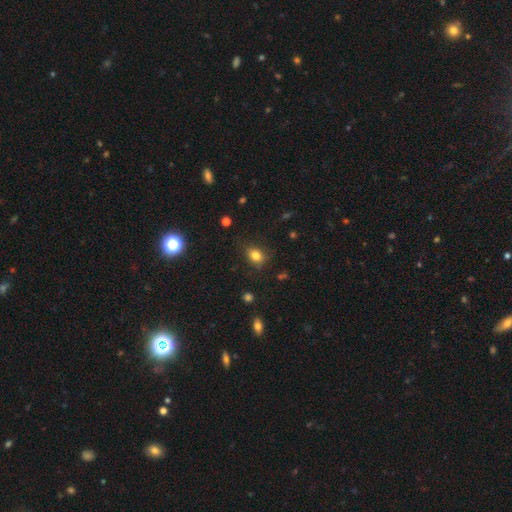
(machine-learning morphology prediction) Overall: smooth (81%). How rounded: in between (52%; round 47%). Merging: none (77%).